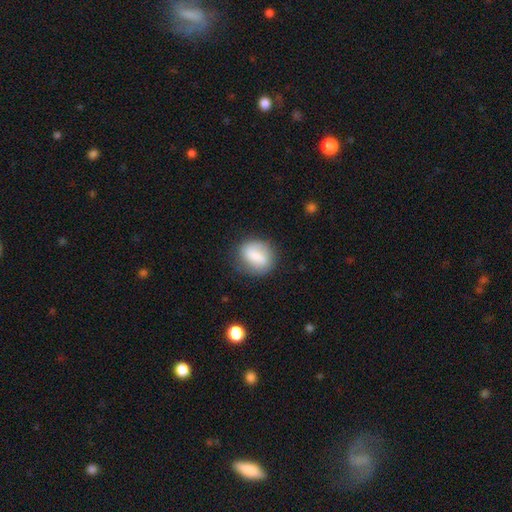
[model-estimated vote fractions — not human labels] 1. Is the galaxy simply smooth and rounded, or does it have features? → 73% smooth, 19% featured or disk, 7% star or artifact.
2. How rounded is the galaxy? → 54% in between, 43% round, 3% cigar-shaped.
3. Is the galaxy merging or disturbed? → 71% none, 20% minor disturbance, 7% major disturbance, 2% merger.